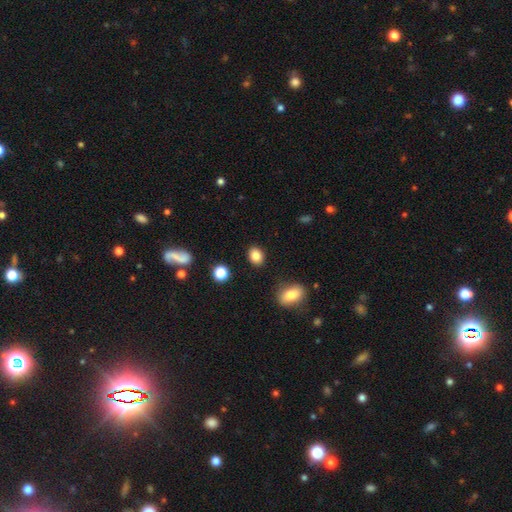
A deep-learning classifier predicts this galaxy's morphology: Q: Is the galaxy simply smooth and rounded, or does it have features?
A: smooth — 85%.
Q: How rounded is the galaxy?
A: in between — 53%.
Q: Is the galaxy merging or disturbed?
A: none — 88%.